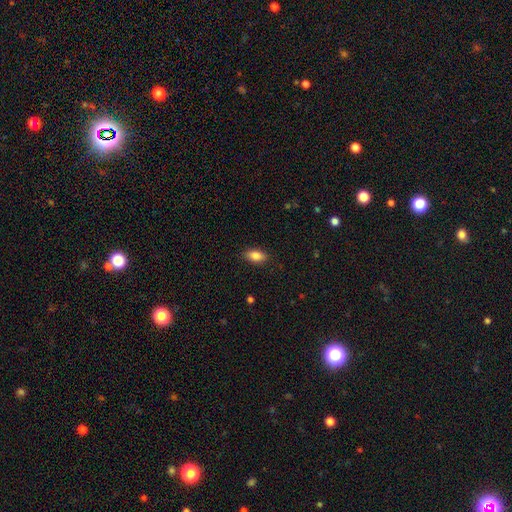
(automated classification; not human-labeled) smooth-or-featured: smooth: 85% | star or artifact: 8% | featured or disk: 7%
  how-rounded: in between: 89% | cigar-shaped: 6% | round: 4%
  merging: none: 87% | minor disturbance: 10% | major disturbance: 2% | merger: 1%